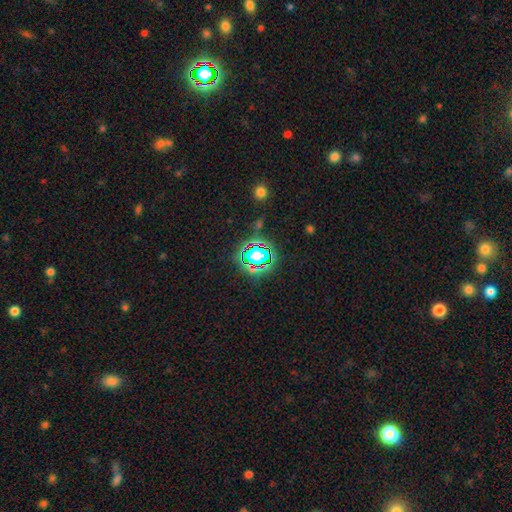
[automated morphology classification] Overall: star or artifact (62%; smooth 27%).